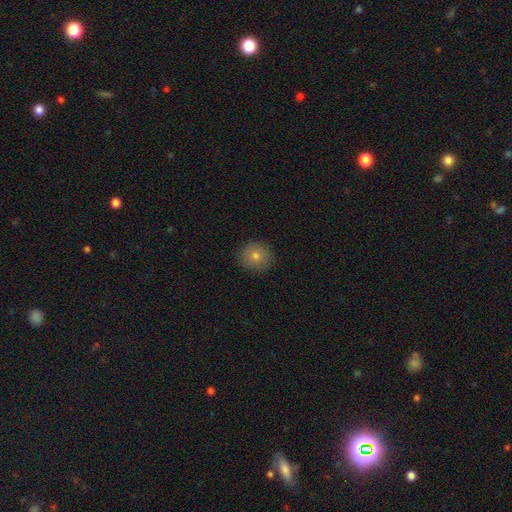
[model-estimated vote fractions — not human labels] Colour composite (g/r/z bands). It shows a smooth galaxy with no disk features (74%) that is round (92%). Merging: none (90%).